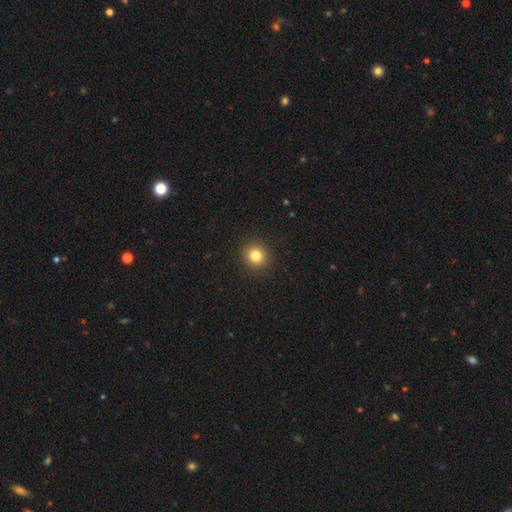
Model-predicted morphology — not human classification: Smooth or featured: smooth — 82% (star or artifact — 12%)
How rounded: round — 90% (in between — 9%)
Merging: none — 92% (minor disturbance — 5%)